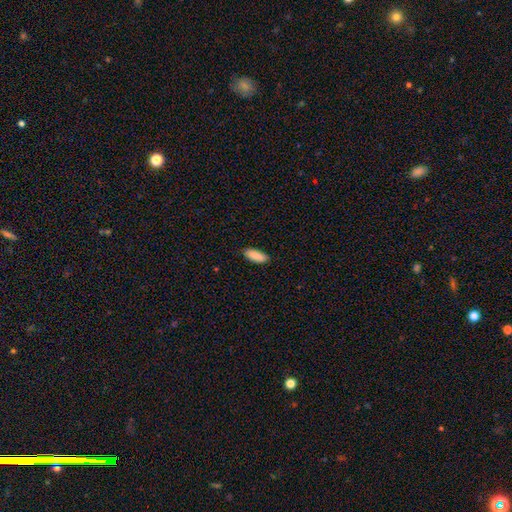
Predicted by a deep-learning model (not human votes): Smooth or featured?
  - smooth: 89% *
  - star or artifact: 6%
  - featured or disk: 5%
How rounded?
  - in between: 74% *
  - cigar-shaped: 24%
  - round: 2%
Merging?
  - none: 86% *
  - minor disturbance: 11%
  - major disturbance: 2%
  - merger: 1%